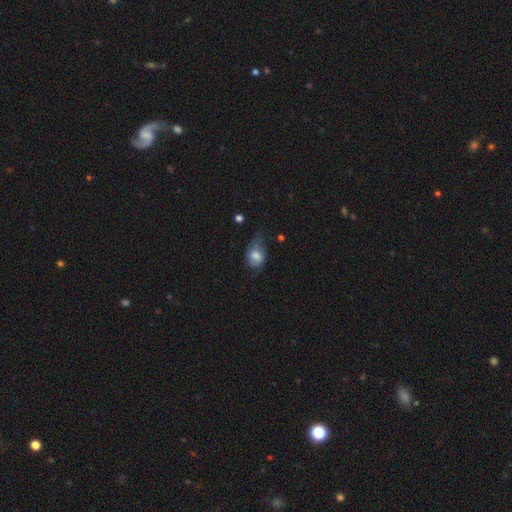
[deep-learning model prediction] This appears to be a smooth galaxy with no disk features (73%) that is in between round and cigar-shaped (73%). Merging: none (39%).